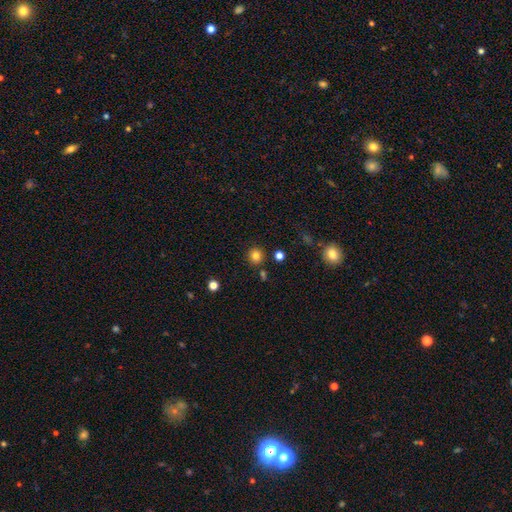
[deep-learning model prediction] Morphology: type=smooth (82%); roundness=round (91%); merging=none (86%).